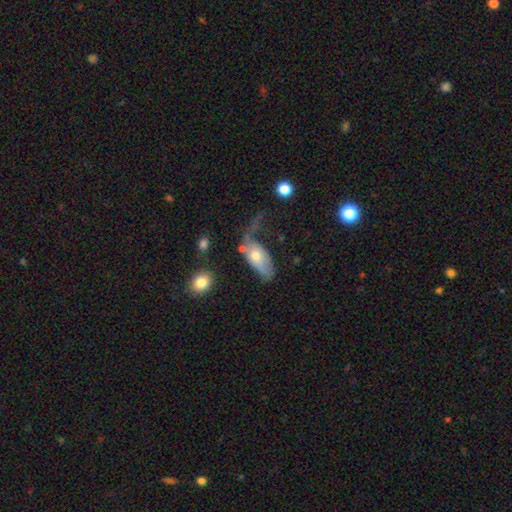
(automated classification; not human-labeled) smooth-or-featured: smooth: 54% | featured or disk: 39% | star or artifact: 7%
  how-rounded: in between: 88% | cigar-shaped: 7% | round: 5%
  merging: major disturbance: 45% | minor disturbance: 22% | none: 22% | merger: 11%